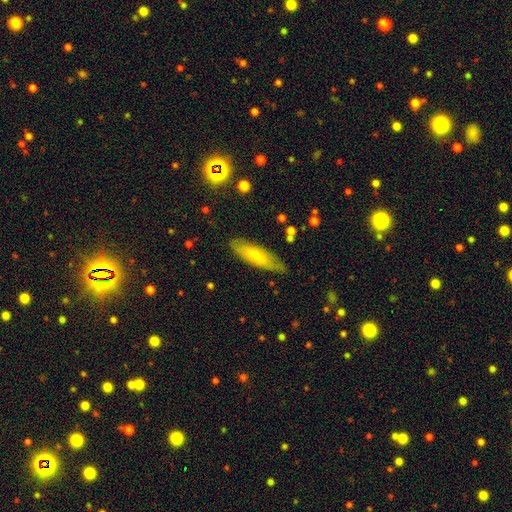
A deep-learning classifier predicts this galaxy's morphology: This appears to be a smooth galaxy with no disk features (64%) that is cigar-shaped (54%). Merging: none (78%).